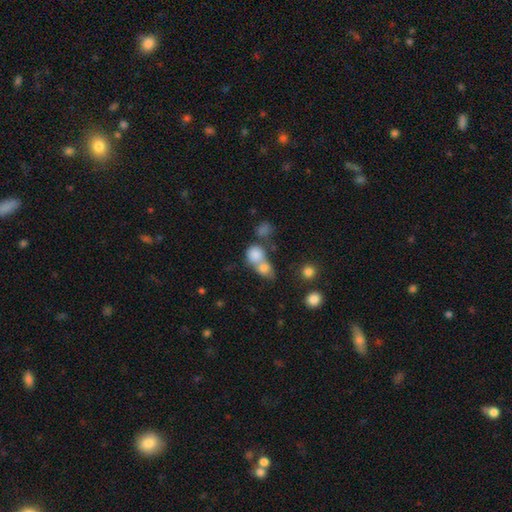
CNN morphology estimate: Overall: smooth (79%). How rounded: round (70%). Merging: merger (62%; none 27%).